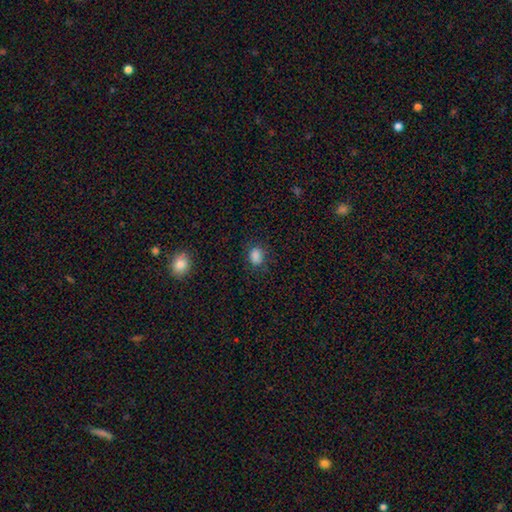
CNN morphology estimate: This appears to be a smooth galaxy with no disk features (84%) that is in between round and cigar-shaped (62%). Merging: none (79%).